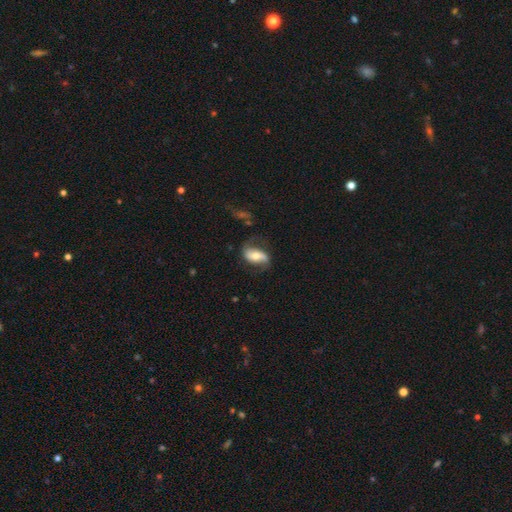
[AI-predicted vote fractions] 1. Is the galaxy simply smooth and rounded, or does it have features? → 59% featured or disk, 34% smooth, 7% star or artifact.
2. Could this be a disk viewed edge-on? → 93% no, 7% yes.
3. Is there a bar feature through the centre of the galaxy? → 42% no, 29% strong, 29% weak.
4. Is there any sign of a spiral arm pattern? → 84% yes, 16% no.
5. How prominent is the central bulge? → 62% moderate, 24% small, 11% large, 2% none, 2% dominant.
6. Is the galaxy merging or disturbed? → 60% none, 22% minor disturbance, 15% major disturbance, 3% merger.